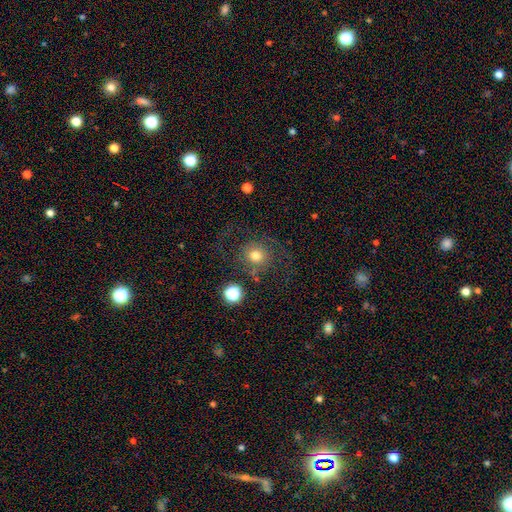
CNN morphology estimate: Smooth or featured: smooth — 62% (featured or disk — 24%)
How rounded: round — 84% (in between — 15%)
Merging: none — 61% (major disturbance — 19%)